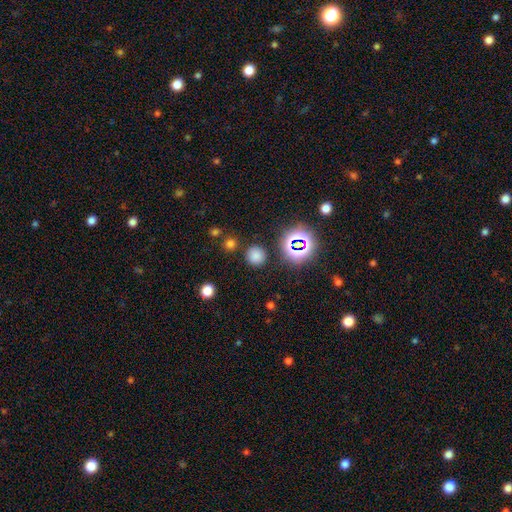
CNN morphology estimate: This appears to be a smooth galaxy with no disk features (74%) that is round (92%). Merging: none (86%).